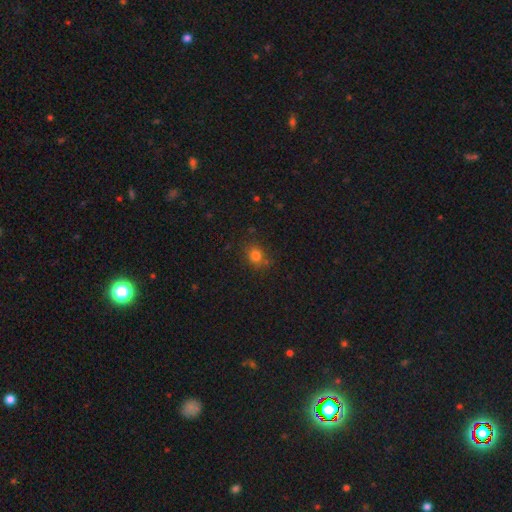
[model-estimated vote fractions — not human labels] The model was most divided on "how rounded": round: 72%, in between: 27%, cigar-shaped: 1%. More confident: smooth or featured — smooth (78%); merging — none (78%).